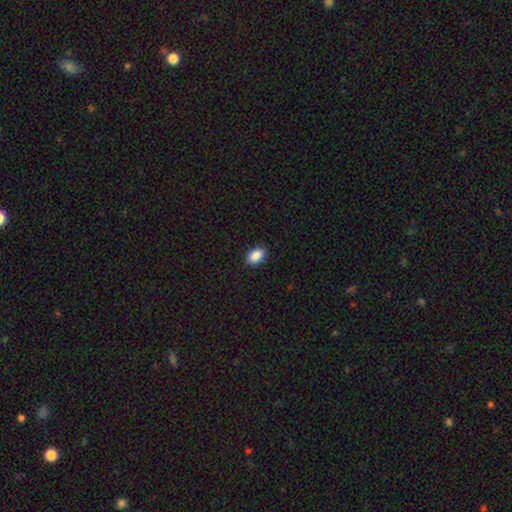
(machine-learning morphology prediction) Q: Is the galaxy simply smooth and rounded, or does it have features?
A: smooth — 90%.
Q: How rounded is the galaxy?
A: in between — 91%.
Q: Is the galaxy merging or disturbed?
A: none — 89%.